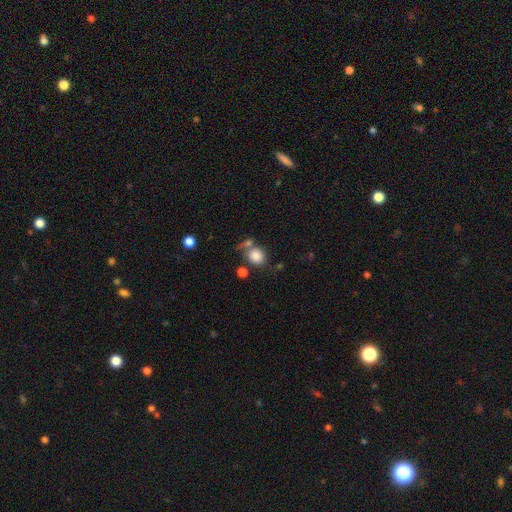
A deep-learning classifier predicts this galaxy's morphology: Smooth or featured: smooth — 84% (star or artifact — 9%)
How rounded: round — 80% (in between — 19%)
Merging: none — 54% (merger — 24%)